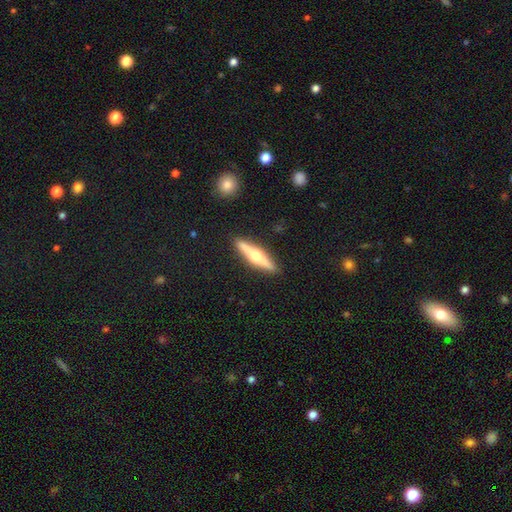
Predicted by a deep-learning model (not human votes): Smooth or featured? featured or disk (67%)
Edge-on disk? yes (97%)
Edge-on bulge? rounded (93%)
Merging? none (91%)